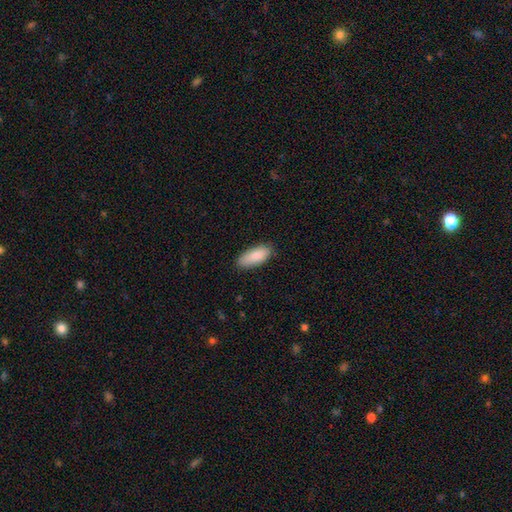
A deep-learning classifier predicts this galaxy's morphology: Smooth or featured? Predicted: smooth (p=0.88). How rounded? Predicted: in between (p=0.81). Merging? Predicted: none (p=0.85).